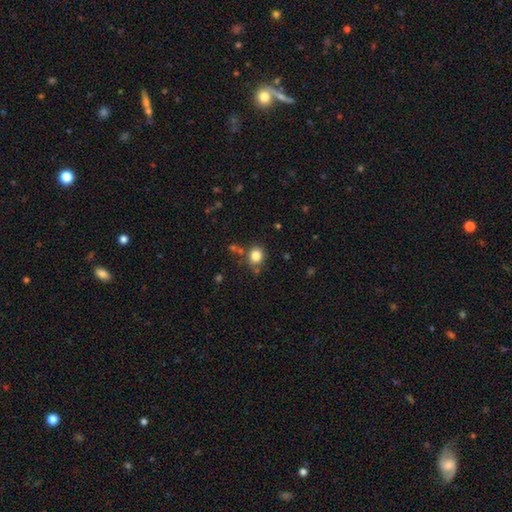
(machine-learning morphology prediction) smooth_or_featured: smooth (p=0.82) [alt: star or artifact p=0.11]
how_rounded: round (p=0.75) [alt: in between p=0.24]
merging: none (p=0.73) [alt: minor disturbance p=0.14]